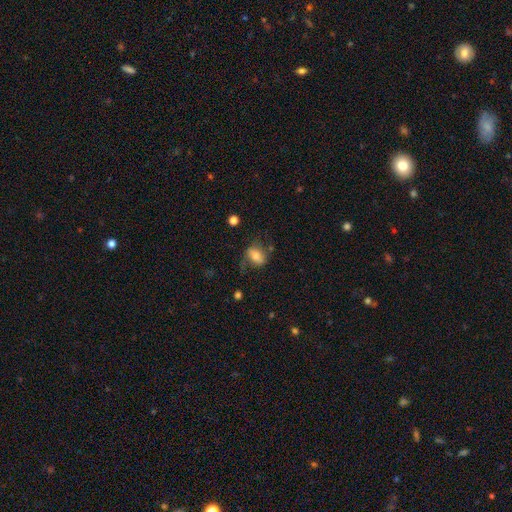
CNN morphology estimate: smooth_or_featured: smooth (p=0.62) [alt: featured or disk p=0.29]
how_rounded: in between (p=0.73) [alt: round p=0.24]
merging: none (p=0.57) [alt: minor disturbance p=0.25]